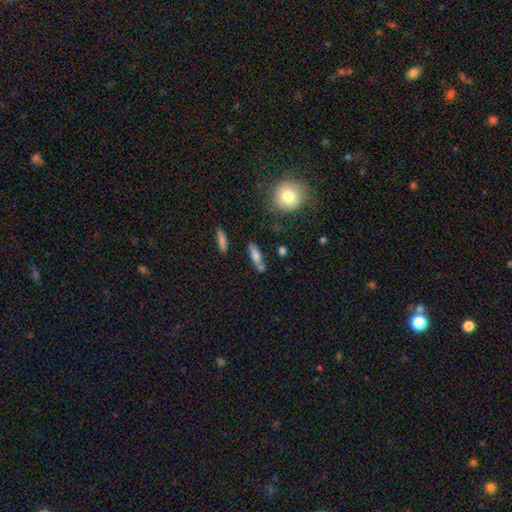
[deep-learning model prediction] smooth 70%, featured or disk 21%, star or artifact 9%. Down the decision tree: how rounded — cigar-shaped (58%); merging — none (57%).